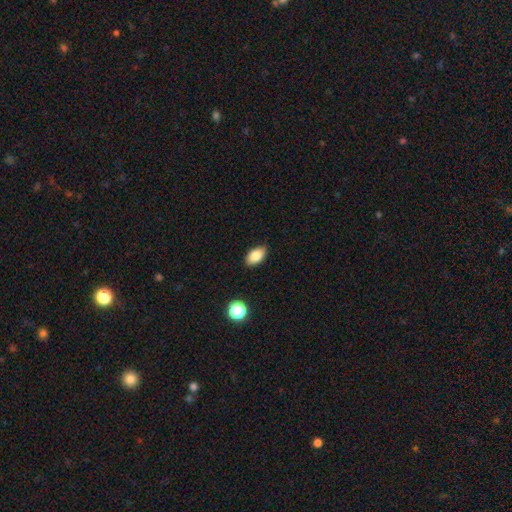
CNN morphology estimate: Smooth or featured: smooth — 84% (star or artifact — 8%)
How rounded: in between — 91% (round — 7%)
Merging: none — 84% (minor disturbance — 12%)